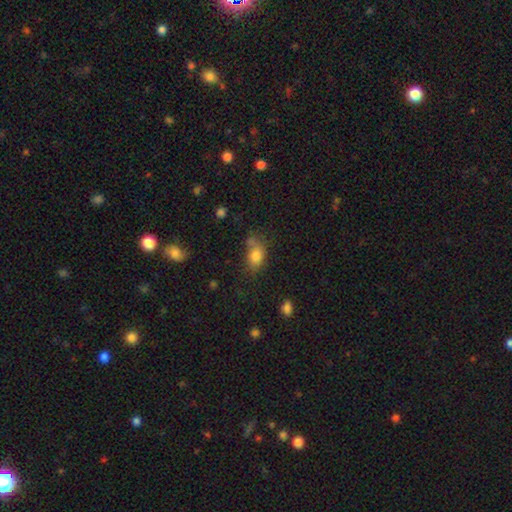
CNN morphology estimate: A smooth galaxy with no disk features (81%) that is in between round and cigar-shaped (76%).

Vote fractions:
- Smooth or featured? smooth: 81% / star or artifact: 11% / featured or disk: 9%
- How rounded? in between: 76% / round: 22% / cigar-shaped: 2%
- Merging? none: 53% / minor disturbance: 23% / merger: 16% / major disturbance: 9%